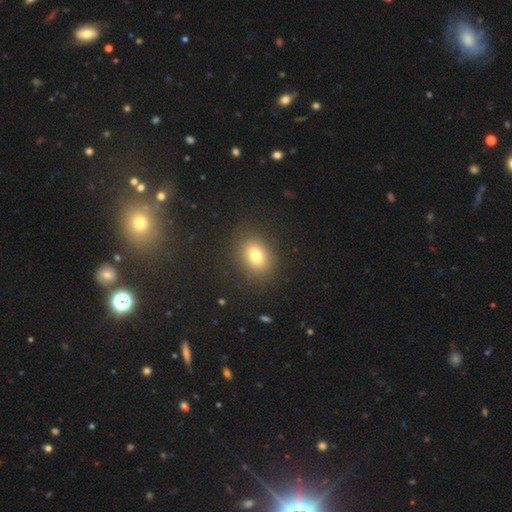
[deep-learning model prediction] Smooth or featured: smooth — 76% (star or artifact — 13%)
How rounded: round — 51% (in between — 48%)
Merging: none — 86% (minor disturbance — 9%)